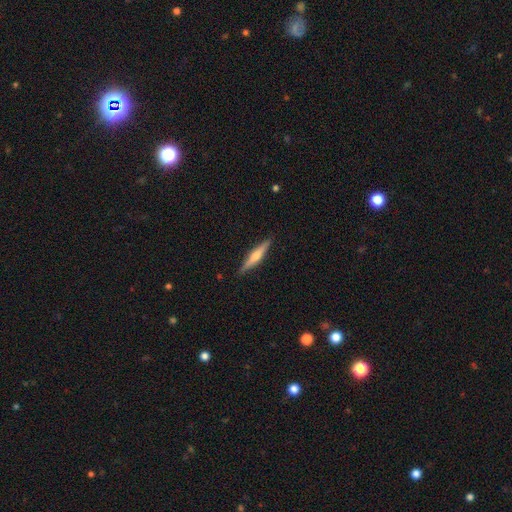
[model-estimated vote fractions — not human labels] smooth-or-featured: featured or disk: 58% | smooth: 36% | star or artifact: 6%
  disk-edge-on: yes: 96% | no: 4%
    edge-on-bulge: rounded: 82% | none: 10% | boxy: 8%
  merging: none: 89% | minor disturbance: 8% | major disturbance: 2% | merger: 1%